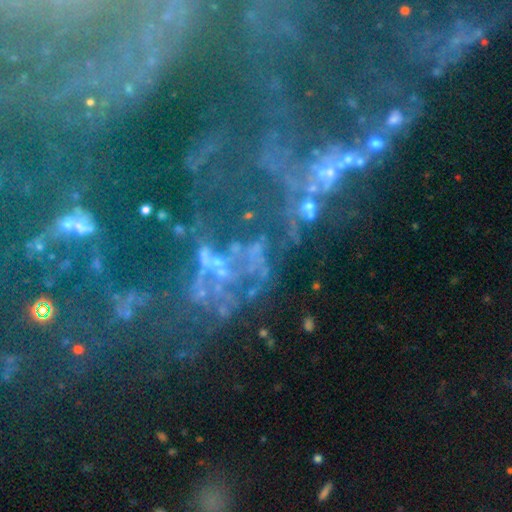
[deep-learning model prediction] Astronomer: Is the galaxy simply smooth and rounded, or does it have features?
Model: featured or disk — 56%.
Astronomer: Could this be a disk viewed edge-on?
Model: no — 97%.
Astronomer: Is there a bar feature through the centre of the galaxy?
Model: no — 81%.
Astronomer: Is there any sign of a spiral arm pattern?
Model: no — 74%.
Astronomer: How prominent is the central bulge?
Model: none — 69%.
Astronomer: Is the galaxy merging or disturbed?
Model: major disturbance — 34% (runner-up: none, 29%).